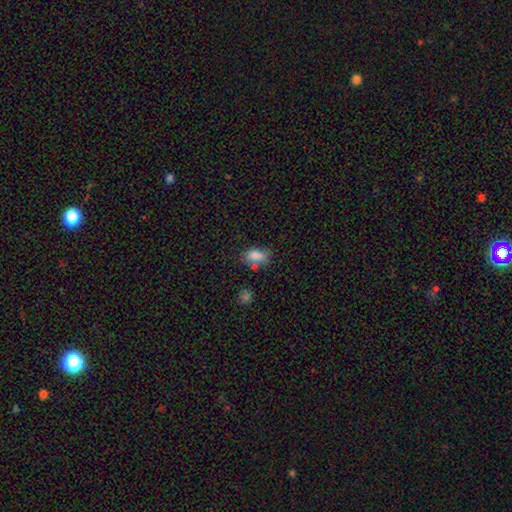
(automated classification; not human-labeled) This appears to be a smooth galaxy with no disk features (83%) that is in between round and cigar-shaped (87%). Merging: none (58%).